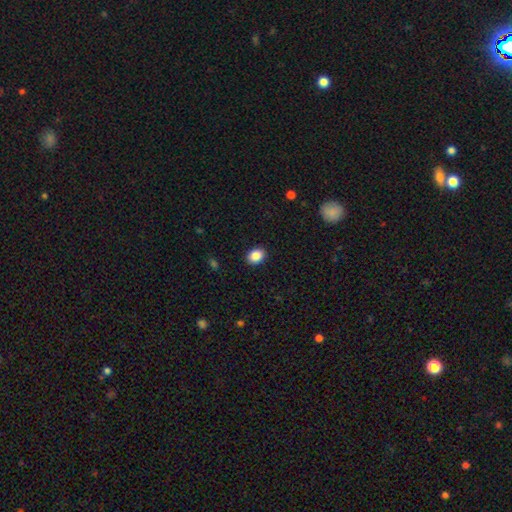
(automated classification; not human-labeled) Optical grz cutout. It shows a smooth galaxy with no disk features (87%) that is in between round and cigar-shaped (55%). Merging: none (91%).